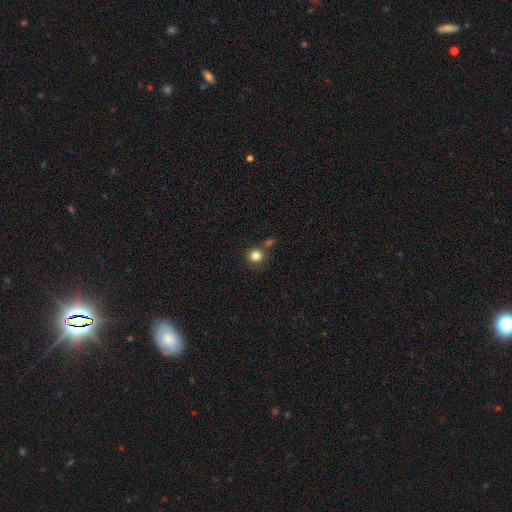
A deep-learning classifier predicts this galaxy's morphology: This is clearly a smooth galaxy (84%). How rounded: clearly round (91%). Merging: likely none (74%).